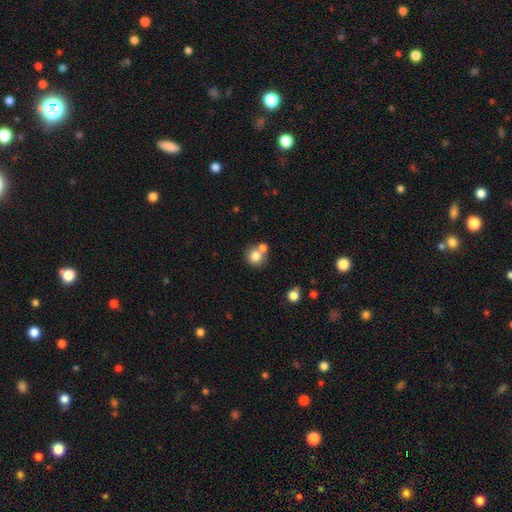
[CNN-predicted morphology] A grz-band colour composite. It shows a smooth galaxy with no disk features (78%) that is round (88%). Merging: none (53%).